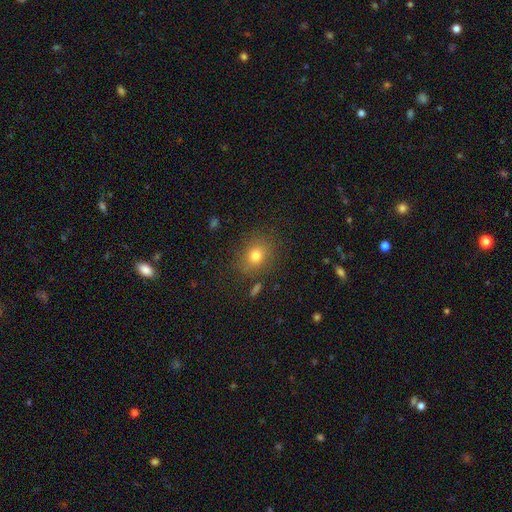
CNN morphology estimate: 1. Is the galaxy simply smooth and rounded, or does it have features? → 76% smooth, 14% star or artifact, 10% featured or disk.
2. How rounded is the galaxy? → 56% round, 43% in between, 1% cigar-shaped.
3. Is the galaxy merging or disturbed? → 82% none, 12% minor disturbance, 4% major disturbance, 3% merger.